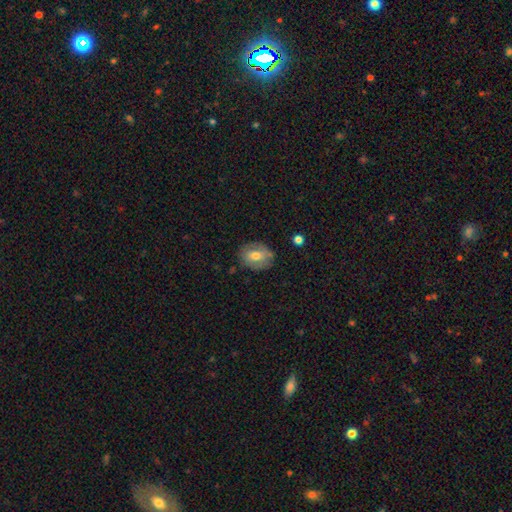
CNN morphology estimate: A smooth galaxy with no disk features (57%) that is in between round and cigar-shaped (55%).

Vote fractions:
- Smooth or featured? smooth: 57% / featured or disk: 36% / star or artifact: 8%
- How rounded? in between: 55% / round: 44% / cigar-shaped: 1%
- Merging? none: 77% / minor disturbance: 16% / major disturbance: 4% / merger: 2%